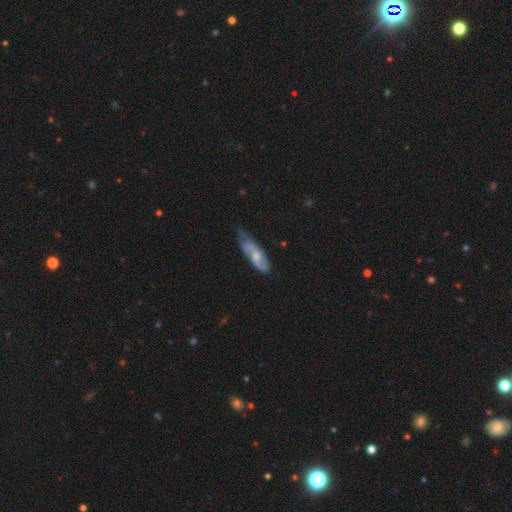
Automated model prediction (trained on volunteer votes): Smooth or featured? Predicted: featured or disk (p=0.62). Edge-on disk? Predicted: no (p=0.84). Bar? Predicted: no (p=0.61). Spiral arms? Predicted: yes (p=0.87). Bulge size? Predicted: moderate (p=0.50). Merging? Predicted: none (p=0.48).